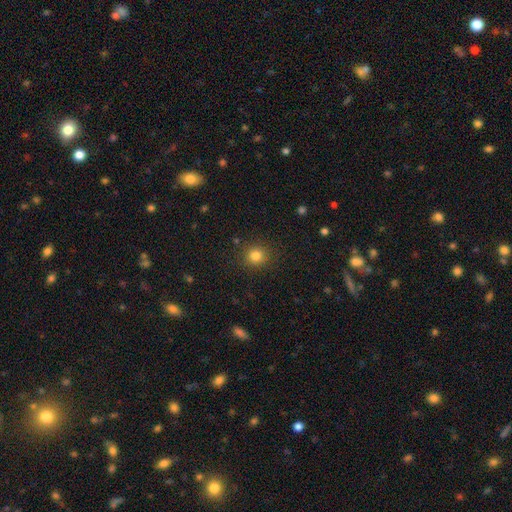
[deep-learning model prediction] Smooth or featured: smooth — 82% (star or artifact — 13%)
How rounded: round — 89% (in between — 10%)
Merging: none — 89% (minor disturbance — 7%)